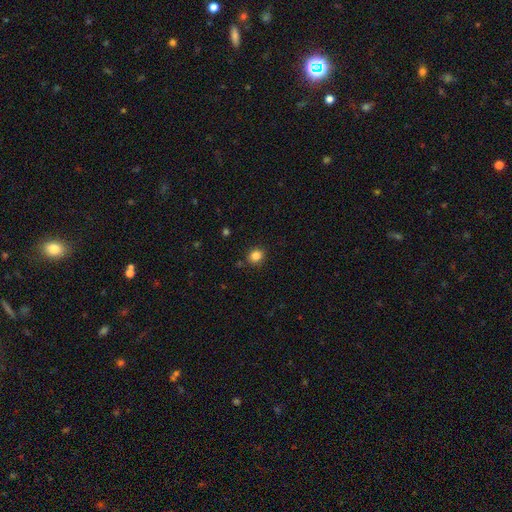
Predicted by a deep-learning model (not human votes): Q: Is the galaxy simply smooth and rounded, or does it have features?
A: smooth — 84%.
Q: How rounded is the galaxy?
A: round — 71%.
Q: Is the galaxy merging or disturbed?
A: none — 87%.